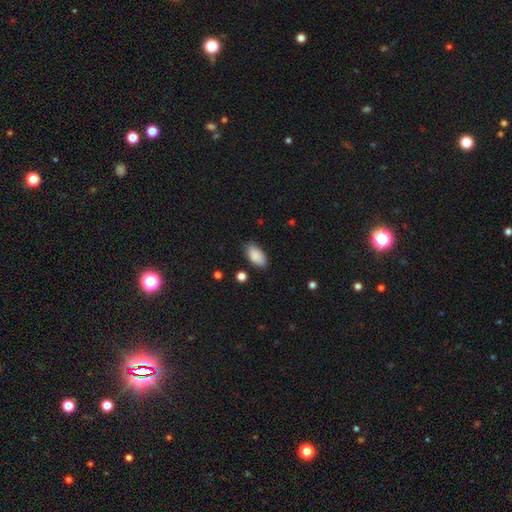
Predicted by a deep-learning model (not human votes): Smooth or featured? Predicted: smooth (p=0.88). How rounded? Predicted: in between (p=0.94). Merging? Predicted: none (p=0.82).